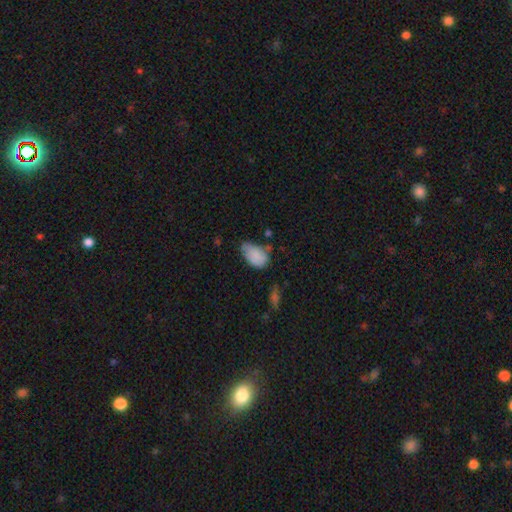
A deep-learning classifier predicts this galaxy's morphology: This is likely a smooth galaxy (79%). How rounded: clearly in between (90%). Merging: marginally minor disturbance (41%).